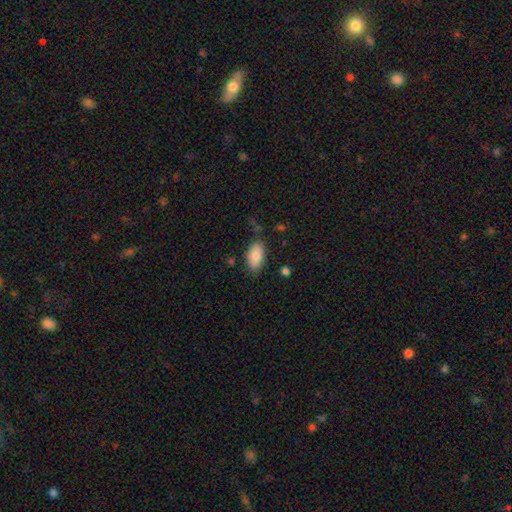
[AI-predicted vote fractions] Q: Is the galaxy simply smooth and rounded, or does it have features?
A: smooth — 84%.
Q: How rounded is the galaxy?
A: in between — 93%.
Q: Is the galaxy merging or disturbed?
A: none — 80%.